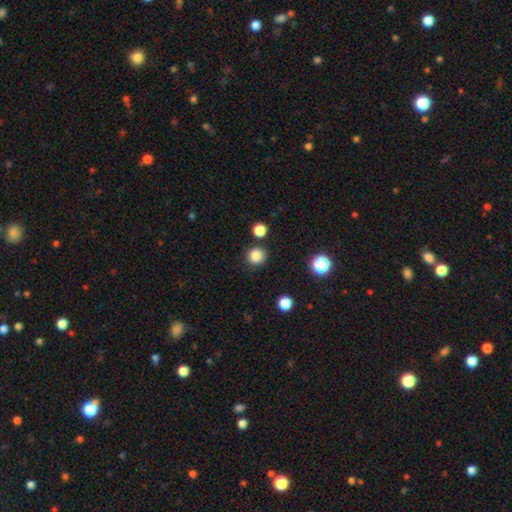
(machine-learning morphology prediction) This appears to be a smooth galaxy with no disk features (85%) that is round (93%). Merging: none (87%).